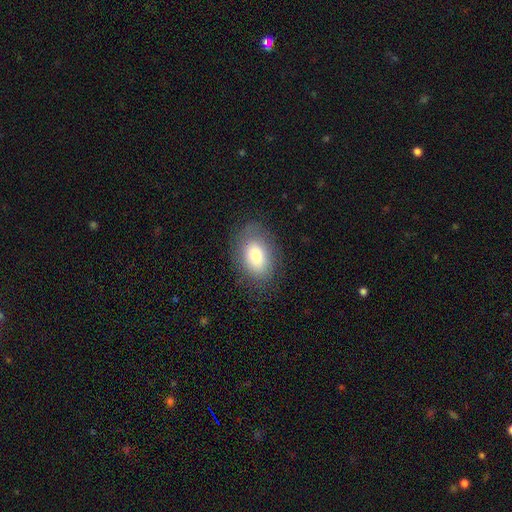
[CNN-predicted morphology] A smooth galaxy with no disk features (77%) that is in between round and cigar-shaped (87%).

Vote fractions:
- Smooth or featured? smooth: 77% / featured or disk: 15% / star or artifact: 8%
- How rounded? in between: 87% / round: 11% / cigar-shaped: 1%
- Merging? none: 79% / minor disturbance: 14% / major disturbance: 6% / merger: 1%